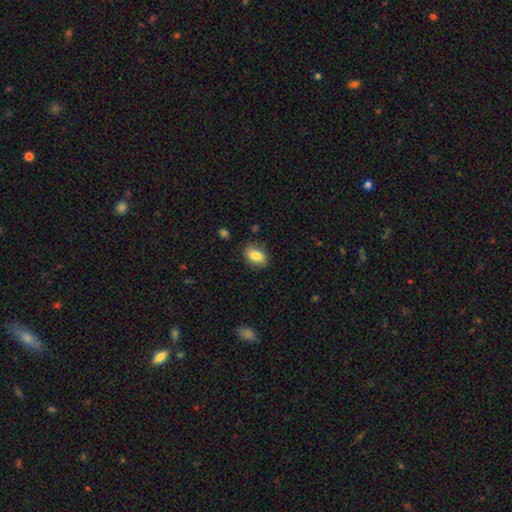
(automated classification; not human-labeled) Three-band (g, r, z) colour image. It shows a smooth galaxy with no disk features (83%) that is in between round and cigar-shaped (86%). Merging: none (80%).